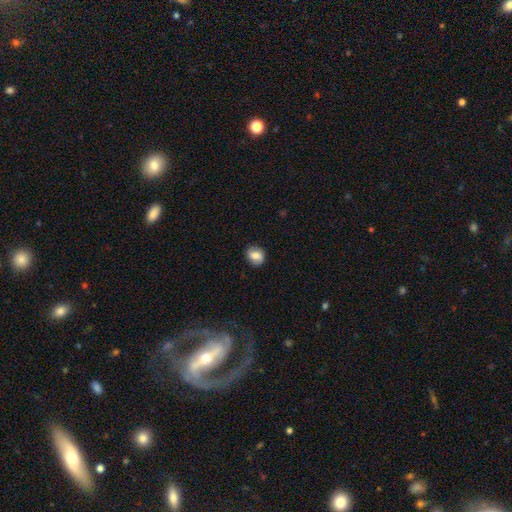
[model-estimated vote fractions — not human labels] Smooth or featured?
  - smooth: 66% *
  - featured or disk: 25%
  - star or artifact: 9%
How rounded?
  - round: 67% *
  - in between: 32%
  - cigar-shaped: 1%
Merging?
  - none: 83% *
  - minor disturbance: 13%
  - major disturbance: 3%
  - merger: 1%